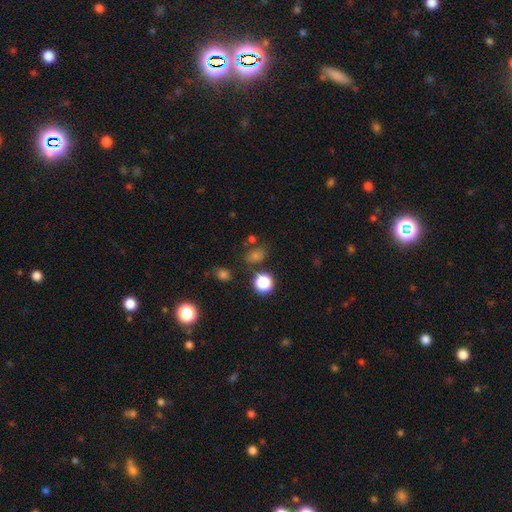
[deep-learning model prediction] A smooth galaxy with no disk features (58%) that is in between round and cigar-shaped (51%).

Vote fractions:
- Smooth or featured? smooth: 58% / star or artifact: 33% / featured or disk: 9%
- How rounded? in between: 51% / round: 48% / cigar-shaped: 2%
- Merging? none: 72% / minor disturbance: 13% / merger: 9% / major disturbance: 6%